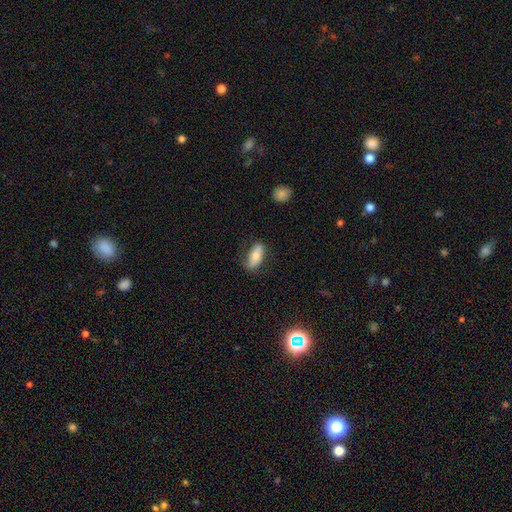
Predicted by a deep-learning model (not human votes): Smooth or featured?
  - smooth: 68% *
  - featured or disk: 25%
  - star or artifact: 7%
How rounded?
  - in between: 81% *
  - cigar-shaped: 16%
  - round: 3%
Merging?
  - none: 70% *
  - minor disturbance: 22%
  - major disturbance: 7%
  - merger: 2%